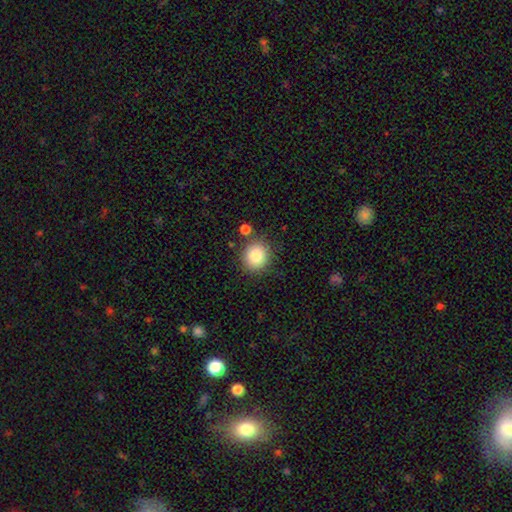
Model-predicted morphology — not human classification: Smooth or featured? Predicted: smooth (p=0.85). How rounded? Predicted: round (p=0.85). Merging? Predicted: none (p=0.80).